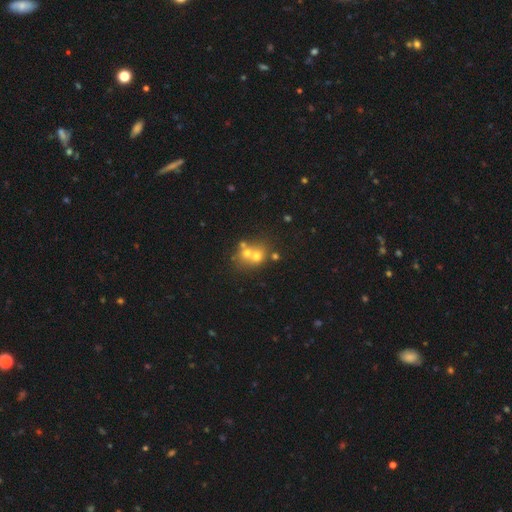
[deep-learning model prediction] A smooth galaxy with no disk features (58%) that is round (73%). Merging: merger (54%).